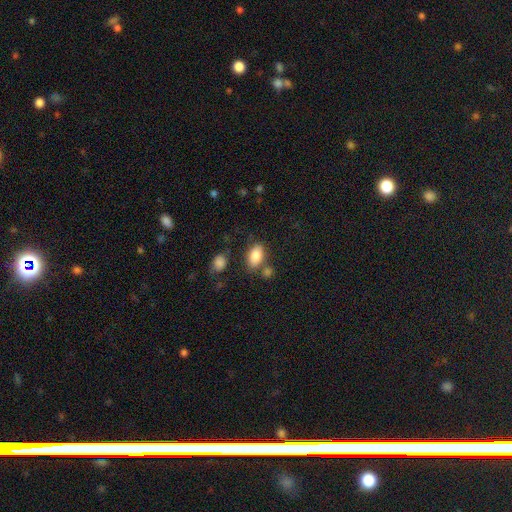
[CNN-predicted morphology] The model was most divided on "merging": none: 69%, minor disturbance: 15%, merger: 12%, major disturbance: 5%. More confident: how rounded — in between (90%); smooth or featured — smooth (85%).